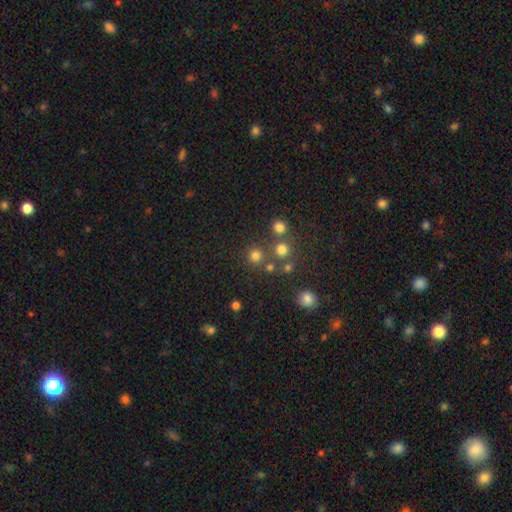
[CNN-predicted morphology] A smooth galaxy with no disk features (75%) that is round (93%).

Vote fractions:
- Smooth or featured? smooth: 75% / star or artifact: 19% / featured or disk: 6%
- How rounded? round: 93% / in between: 6% / cigar-shaped: 1%
- Merging? none: 76% / merger: 14% / minor disturbance: 7% / major disturbance: 3%